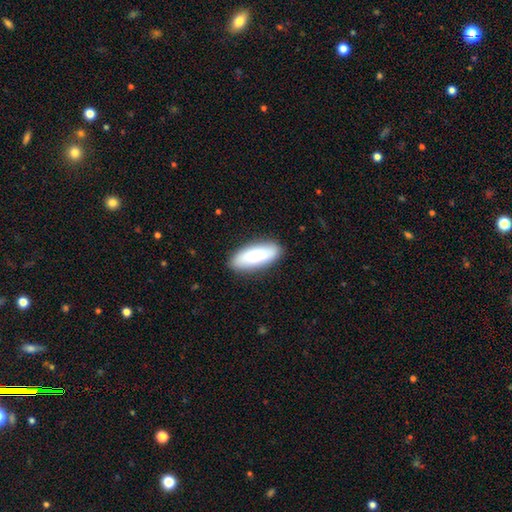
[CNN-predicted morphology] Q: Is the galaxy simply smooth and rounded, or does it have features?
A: smooth — 74%.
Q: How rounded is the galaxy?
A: in between — 72%.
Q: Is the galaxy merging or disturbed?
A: none — 86%.